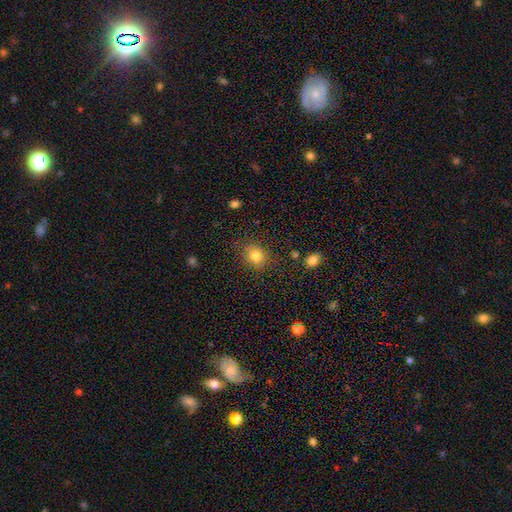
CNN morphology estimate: type=smooth (81%); roundness=round (65%); merging=none (82%).